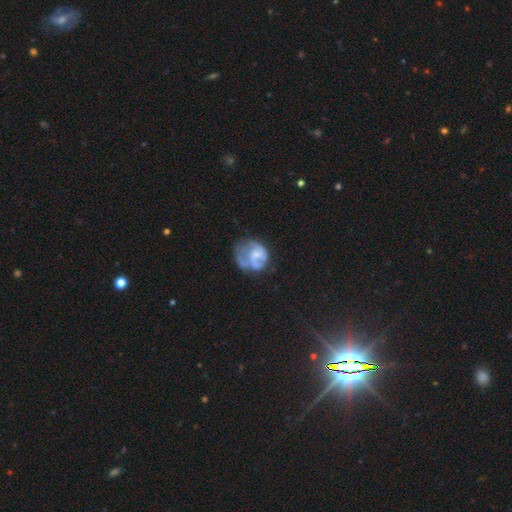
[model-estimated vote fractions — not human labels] This appears to be a featured or disk galaxy (55%) with no bar (73%), spiral arms (52%) and a small central bulge (38%). Merging: none (36%).